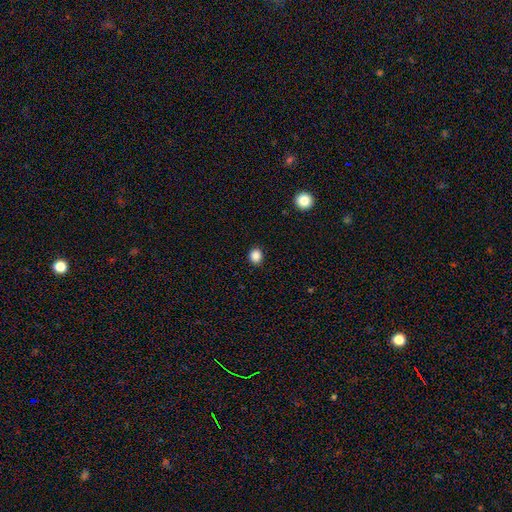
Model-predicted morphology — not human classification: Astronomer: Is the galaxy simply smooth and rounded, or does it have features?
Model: smooth — 87%.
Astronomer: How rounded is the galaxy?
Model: round — 79%.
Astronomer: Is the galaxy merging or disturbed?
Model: none — 91%.